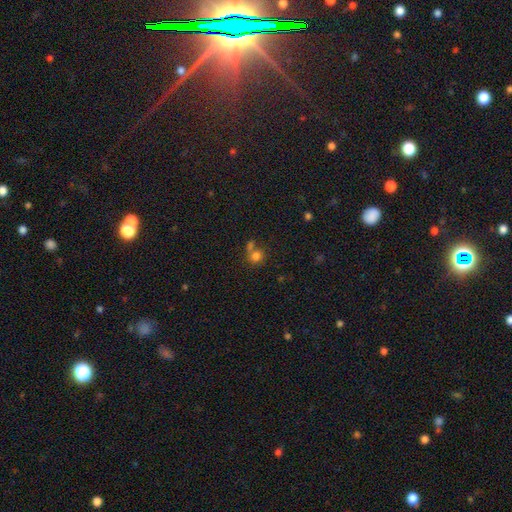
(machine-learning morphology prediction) A smooth galaxy with no disk features (78%) that is round (81%).

Vote fractions:
- Smooth or featured? smooth: 78% / star or artifact: 14% / featured or disk: 8%
- How rounded? round: 81% / in between: 18% / cigar-shaped: 1%
- Merging? none: 48% / merger: 38% / minor disturbance: 9% / major disturbance: 5%